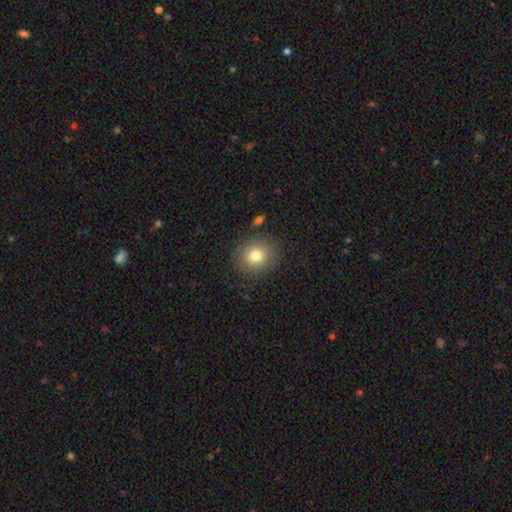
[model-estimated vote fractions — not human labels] Smooth or featured: smooth — 79% (star or artifact — 11%)
How rounded: round — 83% (in between — 16%)
Merging: none — 86% (minor disturbance — 9%)